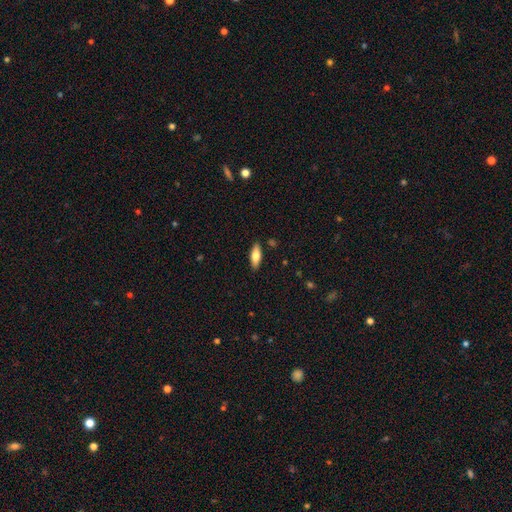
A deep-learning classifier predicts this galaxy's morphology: smooth-or-featured: smooth: 74% | featured or disk: 20% | star or artifact: 6%
  how-rounded: in between: 69% | cigar-shaped: 29% | round: 2%
  merging: none: 87% | minor disturbance: 9% | major disturbance: 2% | merger: 1%